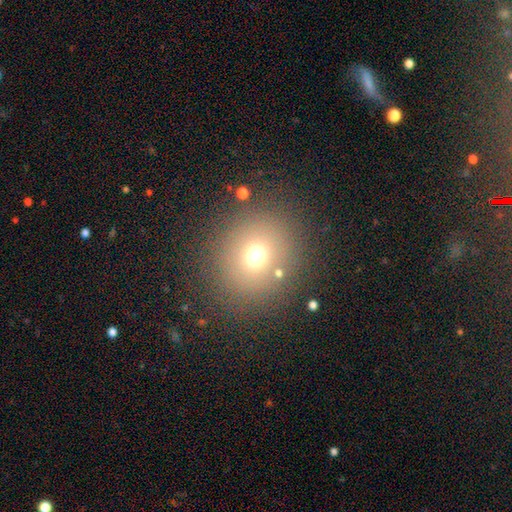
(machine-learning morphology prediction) smooth-or-featured: smooth: 69% | star or artifact: 21% | featured or disk: 11%
  how-rounded: round: 88% | in between: 11% | cigar-shaped: 1%
  merging: none: 84% | minor disturbance: 7% | major disturbance: 5% | merger: 3%